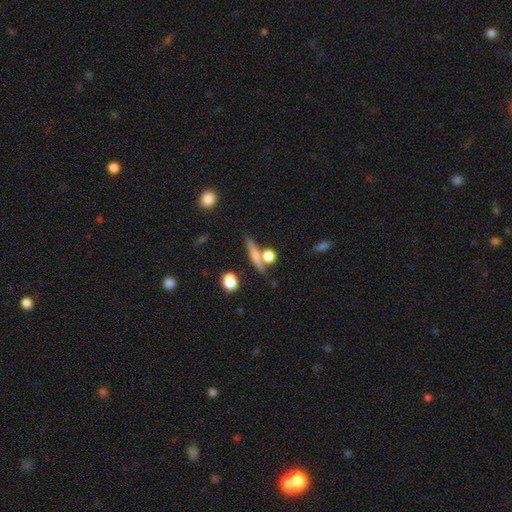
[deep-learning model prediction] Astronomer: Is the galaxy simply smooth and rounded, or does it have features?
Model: smooth — 53% (runner-up: featured or disk, 37%).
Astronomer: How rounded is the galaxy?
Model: cigar-shaped — 71%.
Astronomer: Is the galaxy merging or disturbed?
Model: none — 69%.